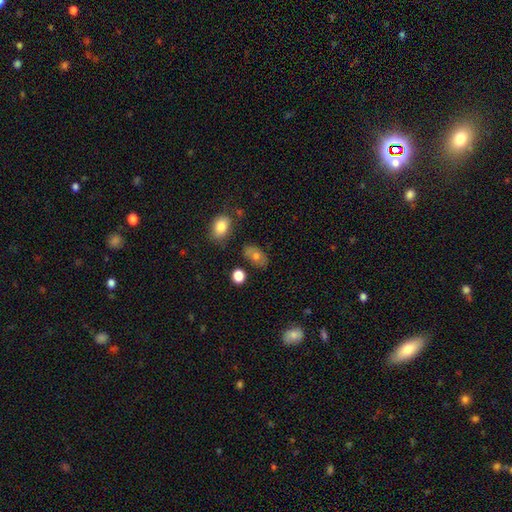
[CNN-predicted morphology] This is likely a smooth galaxy (68%). How rounded: clearly in between (83%). Merging: likely none (71%).